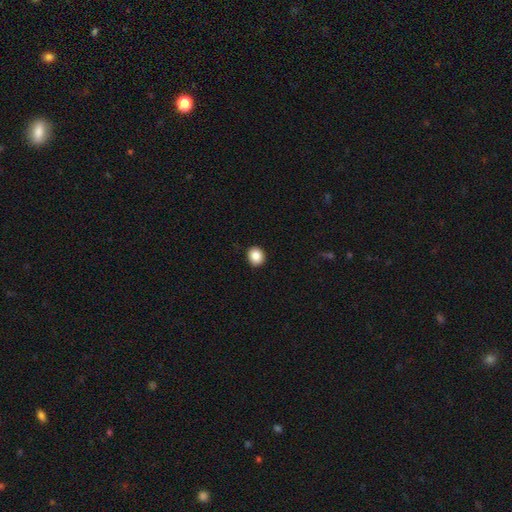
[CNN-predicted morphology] A smooth galaxy with no disk features (87%) that is round (79%). Merging: none (92%).